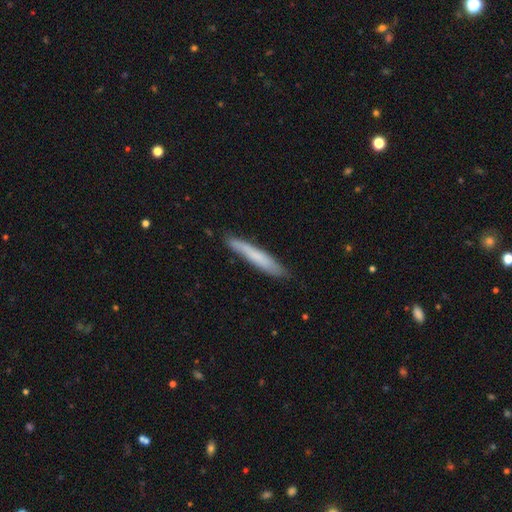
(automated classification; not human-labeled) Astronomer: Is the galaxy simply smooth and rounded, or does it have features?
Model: smooth — 67%.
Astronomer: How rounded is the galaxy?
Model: cigar-shaped — 94%.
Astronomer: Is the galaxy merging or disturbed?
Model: none — 81%.